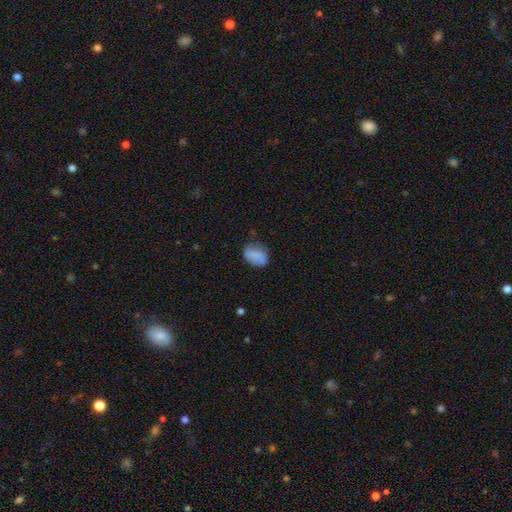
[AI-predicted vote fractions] Smooth or featured?
  - smooth: 76% *
  - featured or disk: 15%
  - star or artifact: 9%
How rounded?
  - in between: 70% *
  - round: 28%
  - cigar-shaped: 2%
Merging?
  - none: 64% *
  - minor disturbance: 25%
  - major disturbance: 8%
  - merger: 3%